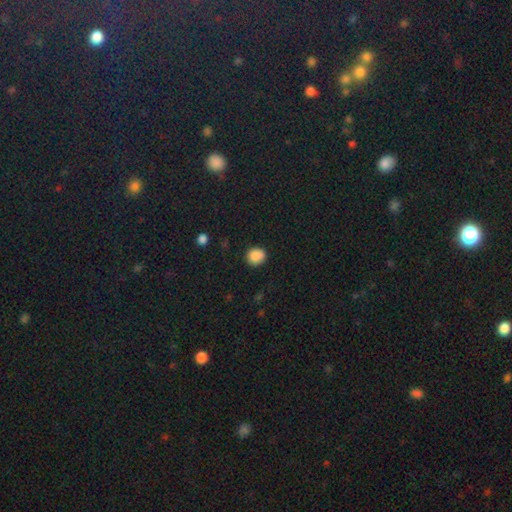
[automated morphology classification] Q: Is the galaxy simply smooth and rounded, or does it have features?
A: smooth — 87%.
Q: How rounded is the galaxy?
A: round — 80%.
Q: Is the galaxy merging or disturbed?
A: none — 86%.